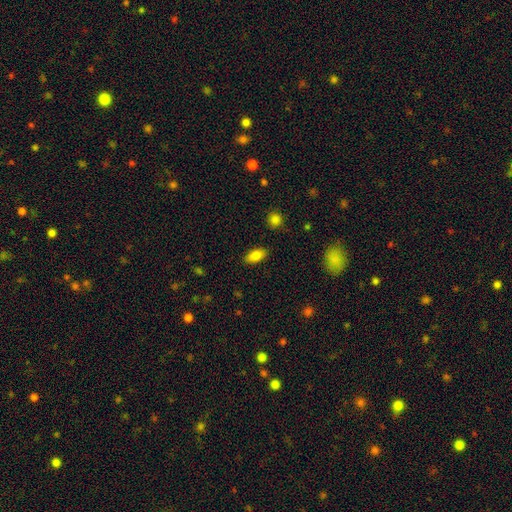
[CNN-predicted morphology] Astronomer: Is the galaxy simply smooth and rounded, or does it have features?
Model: smooth — 83%.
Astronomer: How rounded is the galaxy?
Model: in between — 90%.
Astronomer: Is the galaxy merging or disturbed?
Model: none — 88%.